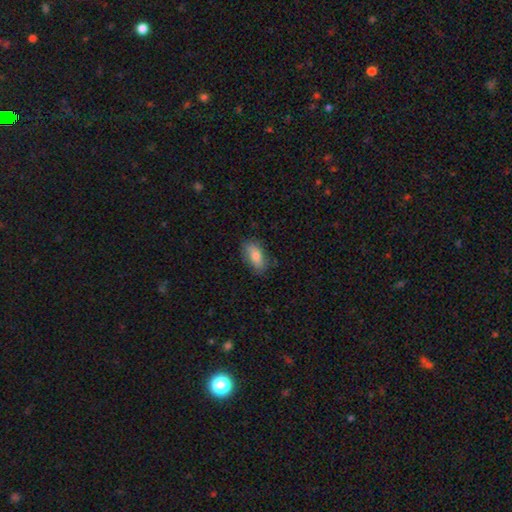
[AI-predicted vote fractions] Q: Smooth or featured?
A: smooth (79%); runner-up: featured or disk (14%)
Q: How rounded?
A: in between (86%); runner-up: cigar-shaped (9%)
Q: Merging?
A: none (79%); runner-up: minor disturbance (16%)